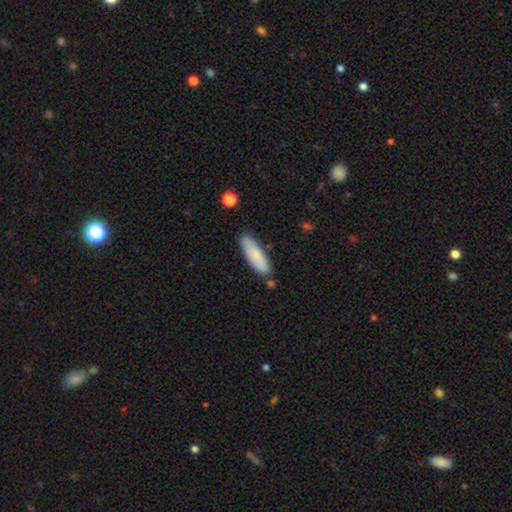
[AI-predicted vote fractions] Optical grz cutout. It shows a smooth galaxy with no disk features (83%) that is cigar-shaped (55%). Merging: none (80%).